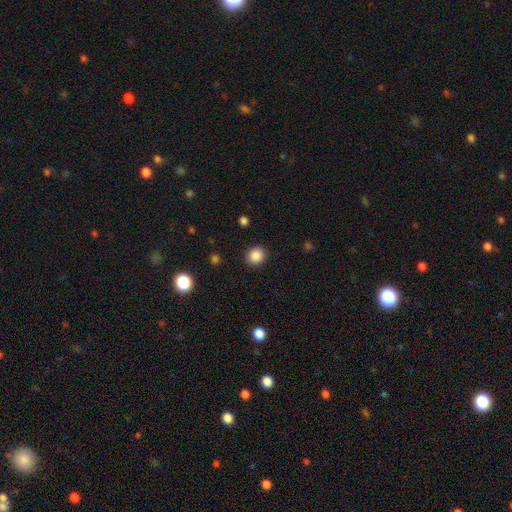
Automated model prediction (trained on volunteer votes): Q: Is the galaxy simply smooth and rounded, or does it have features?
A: smooth — 87%.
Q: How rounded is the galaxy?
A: round — 78%.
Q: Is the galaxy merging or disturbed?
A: none — 90%.